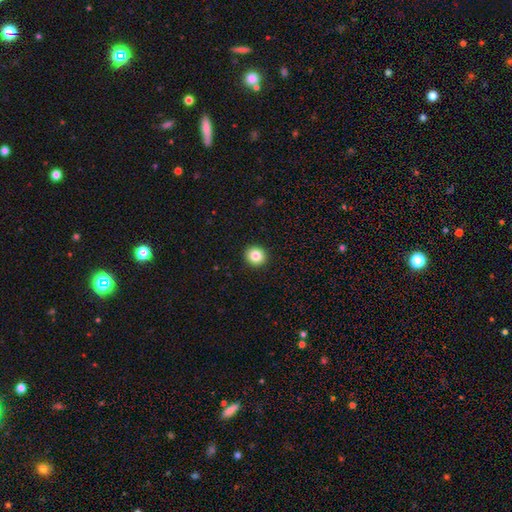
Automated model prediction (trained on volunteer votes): Smooth or featured? Predicted: smooth (p=0.84). How rounded? Predicted: round (p=0.92). Merging? Predicted: none (p=0.93).